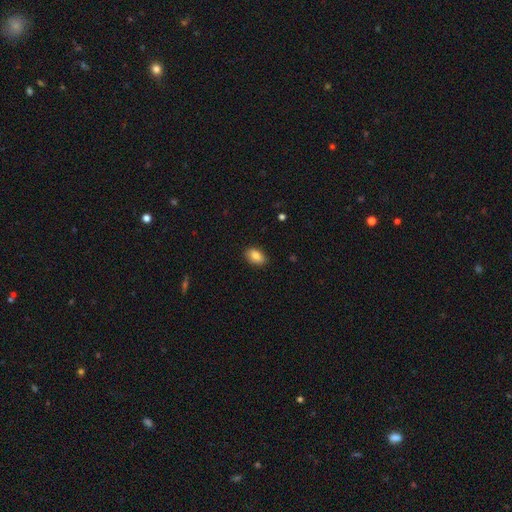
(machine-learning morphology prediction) This is clearly a smooth galaxy (84%). How rounded: clearly in between (88%). Merging: clearly none (87%).